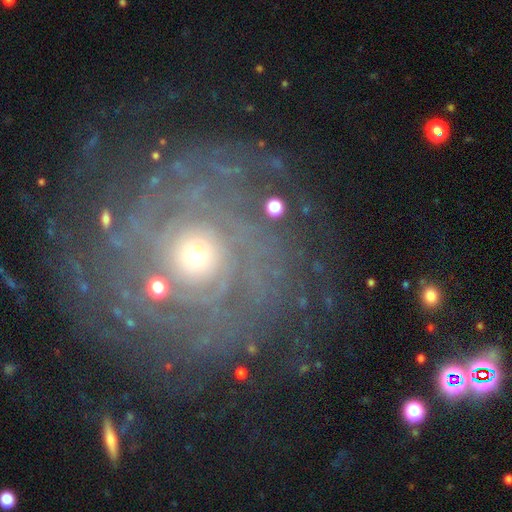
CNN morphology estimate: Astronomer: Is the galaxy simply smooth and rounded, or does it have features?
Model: featured or disk — 83%.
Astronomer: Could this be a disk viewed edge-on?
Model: no — 97%.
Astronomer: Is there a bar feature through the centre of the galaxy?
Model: no — 84%.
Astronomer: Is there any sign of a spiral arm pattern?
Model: yes — 92%.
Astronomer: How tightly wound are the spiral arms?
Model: tight — 77%.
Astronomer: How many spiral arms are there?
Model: can't tell — 37% (runner-up: more than 4, 17%).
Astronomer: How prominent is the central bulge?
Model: moderate — 55% (runner-up: small, 35%).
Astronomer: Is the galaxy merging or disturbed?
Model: none — 76%.